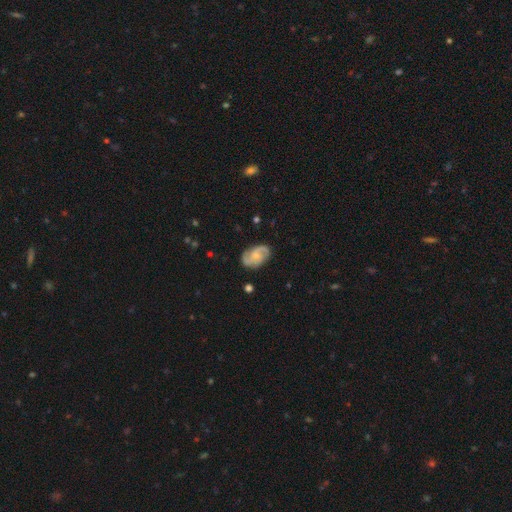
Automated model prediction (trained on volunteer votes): Q: Smooth or featured?
A: featured or disk (76%); runner-up: smooth (19%)
Q: Edge-on disk?
A: no (97%); runner-up: yes (3%)
Q: Bar?
A: no (55%); runner-up: weak (38%)
Q: Spiral arms?
A: yes (96%); runner-up: no (4%)
Q: Spiral winding?
A: medium (49%); runner-up: loose (28%)
Q: Spiral arm count?
A: 2 (71%); runner-up: 3 (15%)
Q: Bulge size?
A: small (51%); runner-up: moderate (28%)
Q: Merging?
A: none (78%); runner-up: minor disturbance (16%)